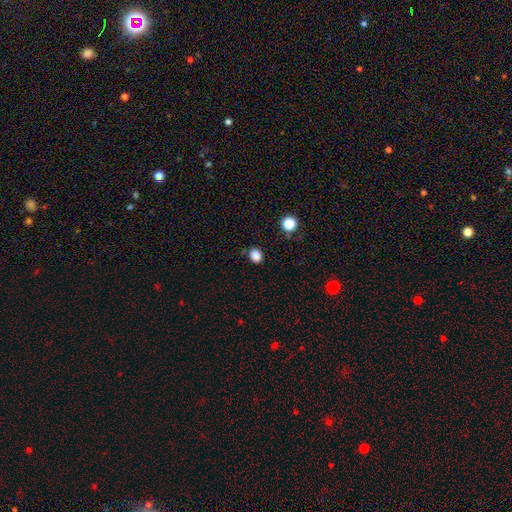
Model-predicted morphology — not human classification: Smooth or featured: smooth — 84% (star or artifact — 13%)
How rounded: round — 62% (in between — 37%)
Merging: none — 84% (minor disturbance — 10%)